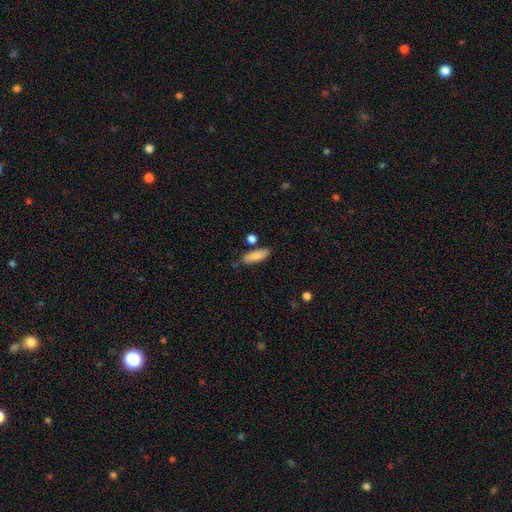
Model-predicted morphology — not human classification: Overall: smooth (83%). How rounded: in between (57%; cigar-shaped 41%). Merging: none (71%).